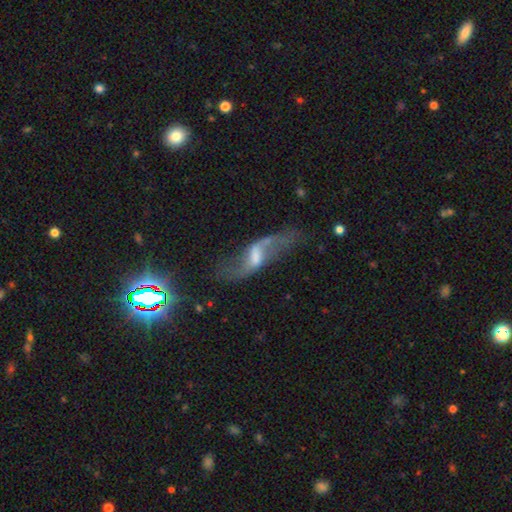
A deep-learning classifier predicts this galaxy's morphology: Overall: featured or disk (78%). Edge-on disk: no (89%). Bar: weak (48%; strong 35%). Spiral arms: yes (88%). Spiral arm count: 2 (89%). Spiral winding: loose (89%). Bulge size: moderate (36%; small 31%). Merging: none (58%; minor disturbance 19%).